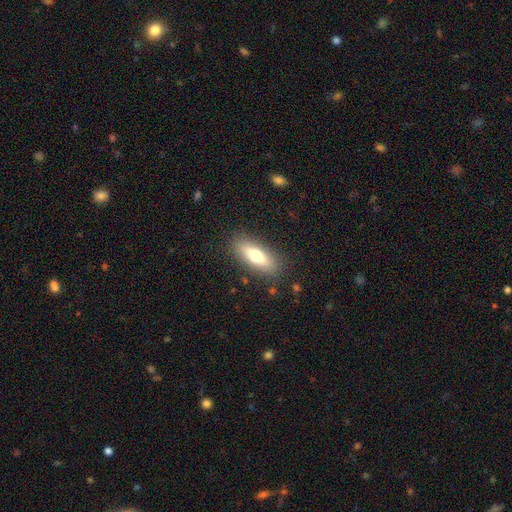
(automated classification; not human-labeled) Smooth or featured: smooth — 69% (featured or disk — 24%)
How rounded: in between — 63% (cigar-shaped — 34%)
Merging: none — 85% (minor disturbance — 10%)